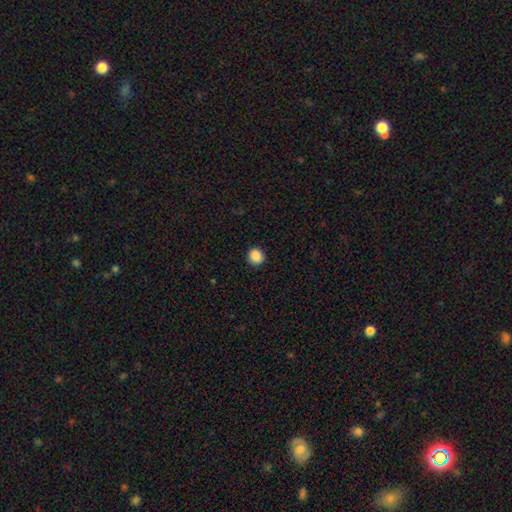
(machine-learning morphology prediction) smooth 88%, star or artifact 10%, featured or disk 2%. Down the decision tree: how rounded — round (89%); merging — none (91%).